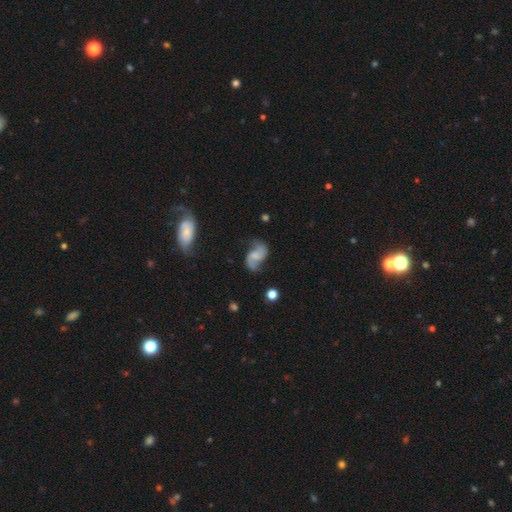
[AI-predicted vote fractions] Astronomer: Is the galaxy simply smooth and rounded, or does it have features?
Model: featured or disk — 79%.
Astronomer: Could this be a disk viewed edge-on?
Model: no — 97%.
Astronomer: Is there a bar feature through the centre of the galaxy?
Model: no — 53% (runner-up: weak, 38%).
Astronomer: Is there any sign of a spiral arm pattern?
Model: yes — 95%.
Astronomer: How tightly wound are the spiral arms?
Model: loose — 66%.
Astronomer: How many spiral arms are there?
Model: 2 — 92%.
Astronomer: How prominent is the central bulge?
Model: none — 38% (runner-up: small, 32%).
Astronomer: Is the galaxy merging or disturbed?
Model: none — 65%.